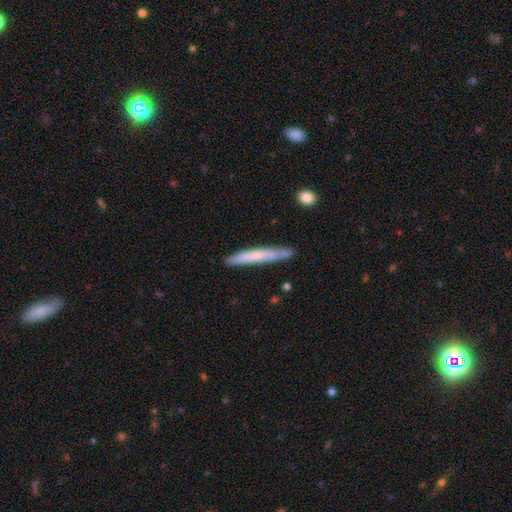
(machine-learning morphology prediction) smooth_or_featured: smooth (p=0.58) [alt: featured or disk p=0.36]
how_rounded: cigar-shaped (p=0.96) [alt: in between p=0.03]
merging: none (p=0.76) [alt: minor disturbance p=0.17]